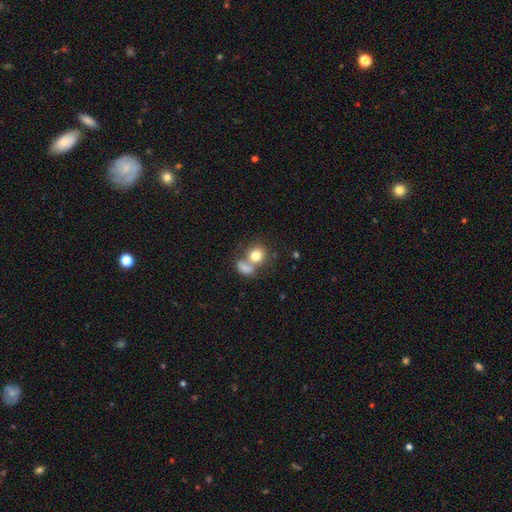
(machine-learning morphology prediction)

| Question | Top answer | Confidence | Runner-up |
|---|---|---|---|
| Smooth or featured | smooth | 78% | featured or disk (13%) |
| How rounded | round | 75% | in between (24%) |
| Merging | merger | 47% | none (38%) |